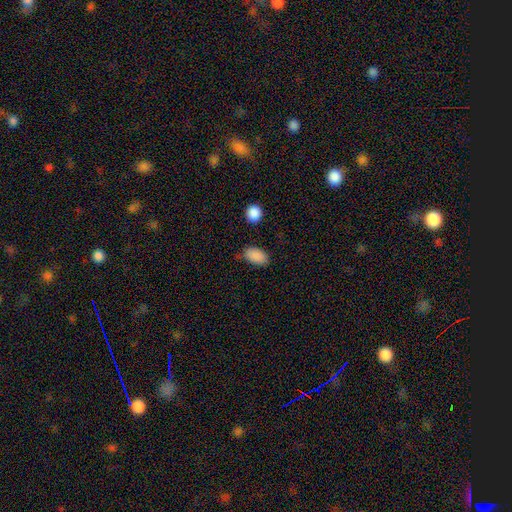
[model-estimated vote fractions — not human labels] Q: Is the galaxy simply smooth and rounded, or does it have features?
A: smooth — 88%.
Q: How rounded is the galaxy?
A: in between — 91%.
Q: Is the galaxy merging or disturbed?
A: none — 69%.